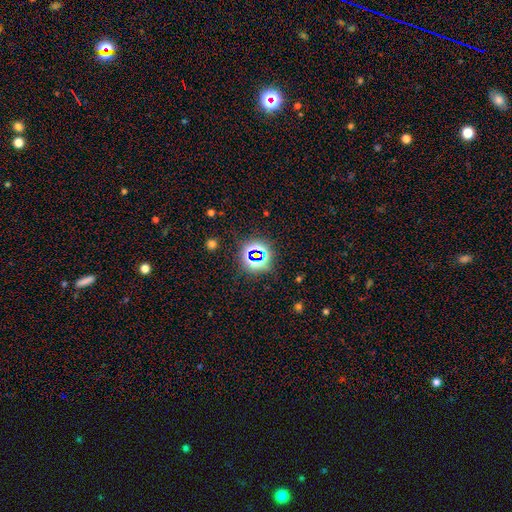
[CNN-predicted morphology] Smooth or featured: star or artifact — 72% (smooth — 19%)